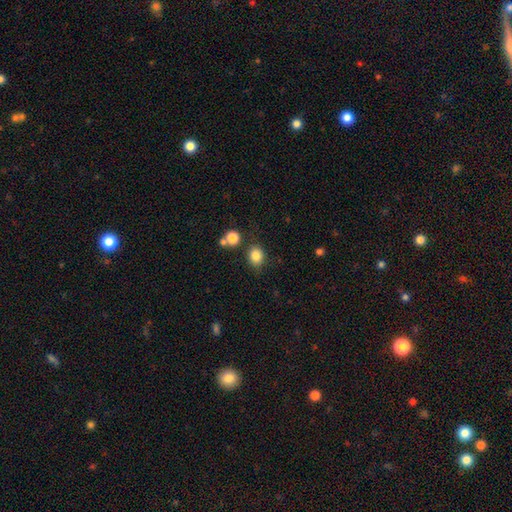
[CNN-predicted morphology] Overall: smooth (84%). How rounded: round (59%; in between 40%). Merging: none (76%).